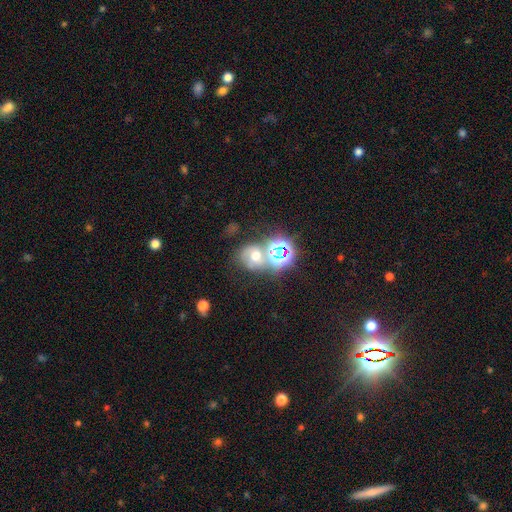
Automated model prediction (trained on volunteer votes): smooth-or-featured: smooth: 39% | star or artifact: 33% | featured or disk: 28%
  merging: none: 43% | merger: 33% | minor disturbance: 14% | major disturbance: 10%